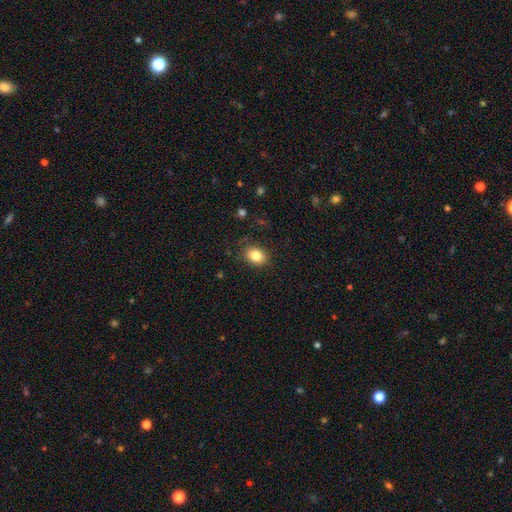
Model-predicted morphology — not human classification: Q: Smooth or featured?
A: smooth (83%); runner-up: star or artifact (9%)
Q: How rounded?
A: in between (67%); runner-up: round (32%)
Q: Merging?
A: none (84%); runner-up: minor disturbance (12%)